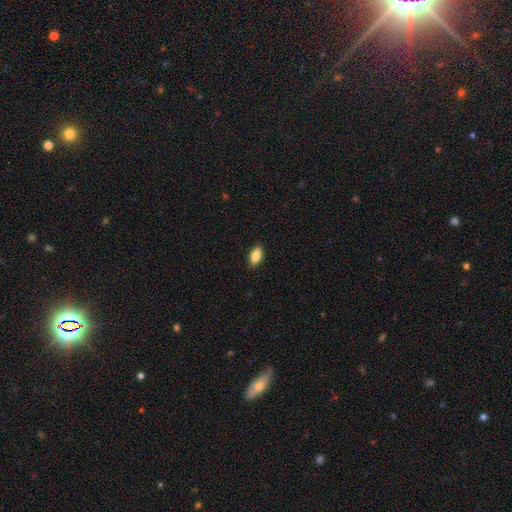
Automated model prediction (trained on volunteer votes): Morphology: type=smooth (85%); roundness=in between (88%); merging=none (88%).